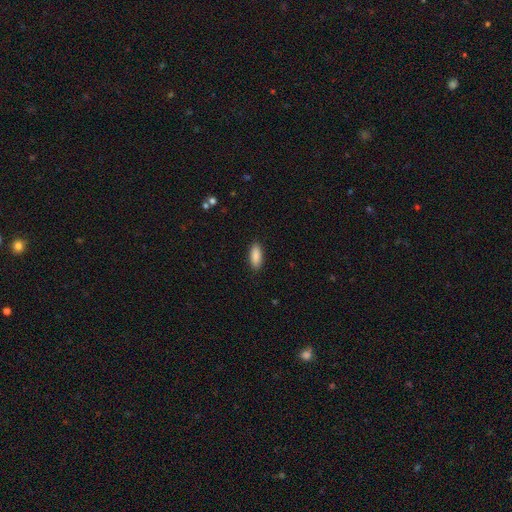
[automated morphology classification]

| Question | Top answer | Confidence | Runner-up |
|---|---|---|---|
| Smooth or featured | smooth | 89% | star or artifact (6%) |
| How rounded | in between | 74% | cigar-shaped (24%) |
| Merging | none | 89% | minor disturbance (8%) |